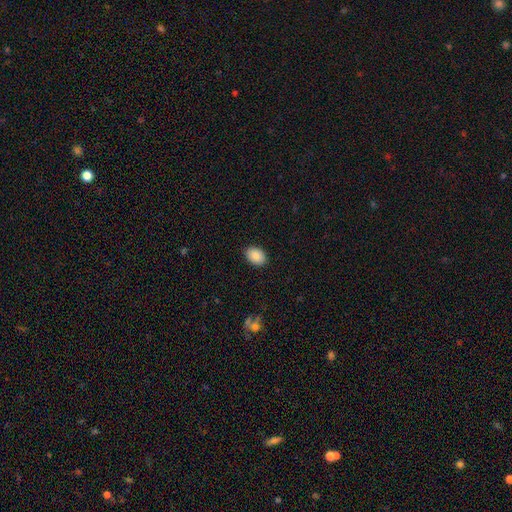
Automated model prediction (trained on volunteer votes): Smooth or featured: smooth — 89% (star or artifact — 7%)
How rounded: in between — 82% (round — 17%)
Merging: none — 88% (minor disturbance — 9%)